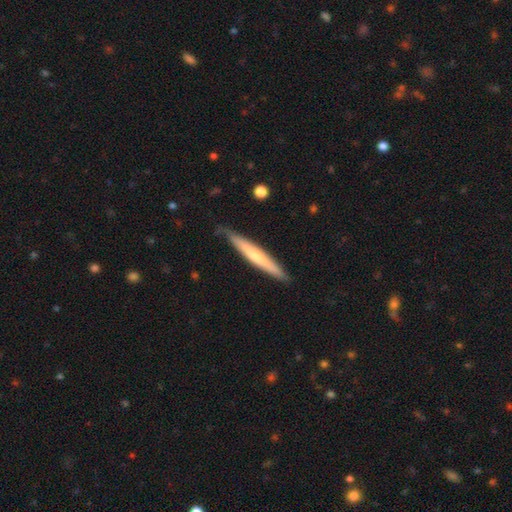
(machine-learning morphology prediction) Overall: smooth (51%; featured or disk 44%). How rounded: cigar-shaped (95%). Merging: none (82%).